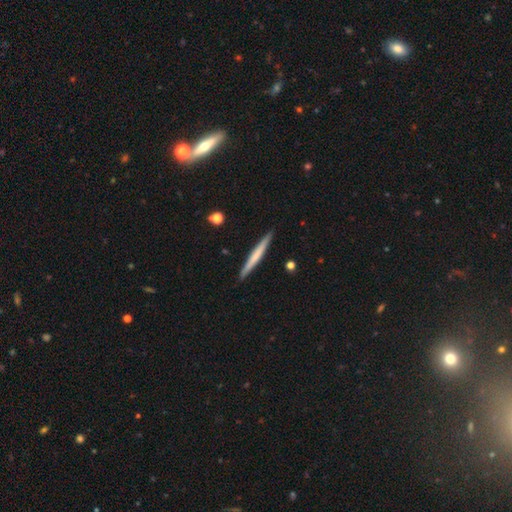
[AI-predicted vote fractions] The model was most divided on "smooth or featured": smooth: 53%, featured or disk: 42%, star or artifact: 5%. More confident: how rounded — cigar-shaped (97%); merging — none (92%).